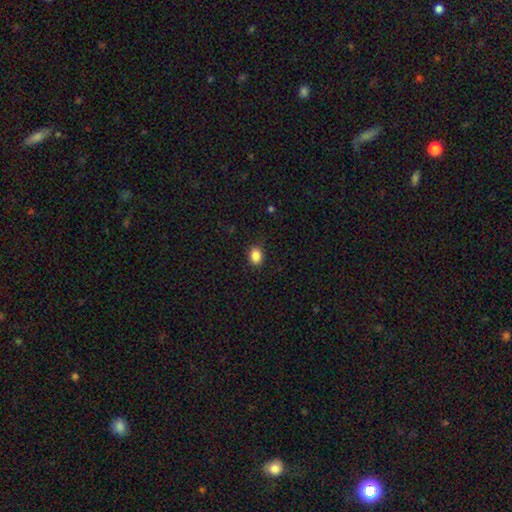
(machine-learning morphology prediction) Smooth or featured? Predicted: smooth (p=0.87). How rounded? Predicted: in between (p=0.60). Merging? Predicted: none (p=0.88).